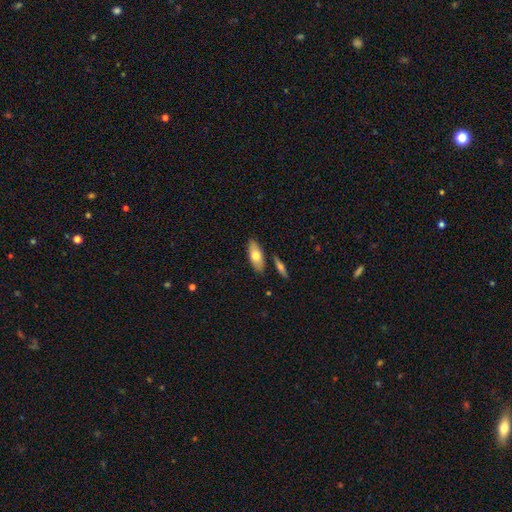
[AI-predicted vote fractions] Morphology: type=smooth (70%); roundness=in between (84%); merging=none (82%).